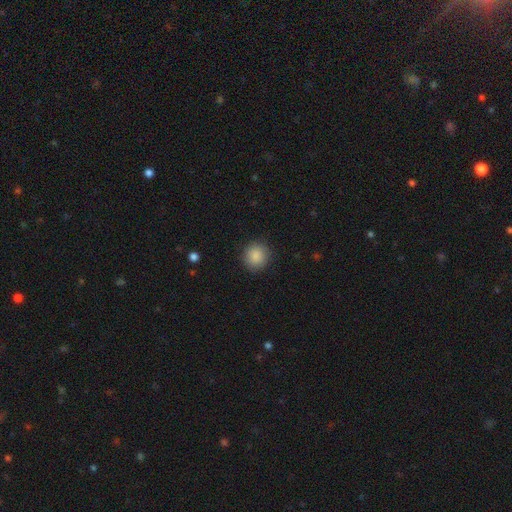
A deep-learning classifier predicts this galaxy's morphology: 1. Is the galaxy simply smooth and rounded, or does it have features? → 88% smooth, 8% star or artifact, 3% featured or disk.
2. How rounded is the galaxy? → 91% round, 8% in between, 1% cigar-shaped.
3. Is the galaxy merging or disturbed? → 89% none, 7% minor disturbance, 2% major disturbance, 1% merger.